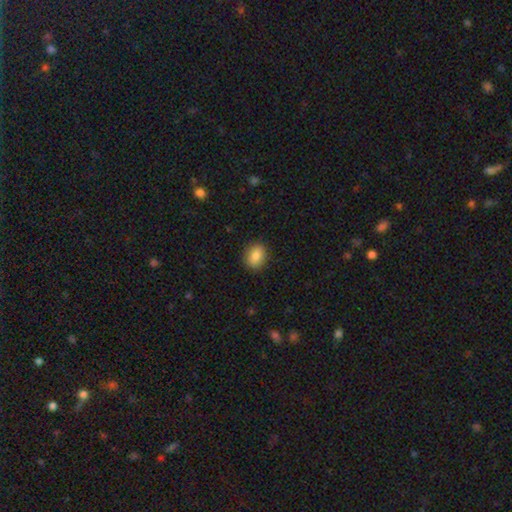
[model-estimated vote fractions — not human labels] A smooth galaxy with no disk features (84%) that is in between round and cigar-shaped (58%).

Vote fractions:
- Smooth or featured? smooth: 84% / star or artifact: 8% / featured or disk: 8%
- How rounded? in between: 58% / round: 40% / cigar-shaped: 2%
- Merging? none: 88% / minor disturbance: 9% / major disturbance: 2% / merger: 1%